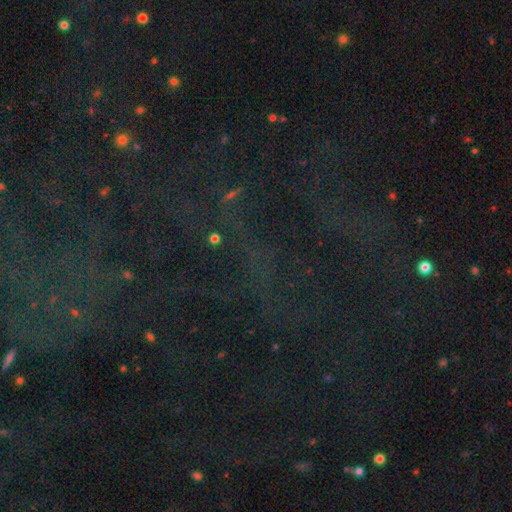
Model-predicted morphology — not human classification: smooth-or-featured: star or artifact: 76% | smooth: 13% | featured or disk: 11%